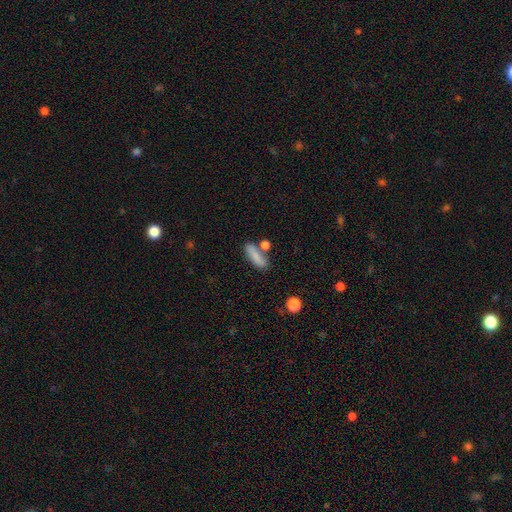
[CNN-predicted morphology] type=smooth (81%); roundness=cigar-shaped (48%, tied with in between); merging=none (62%).